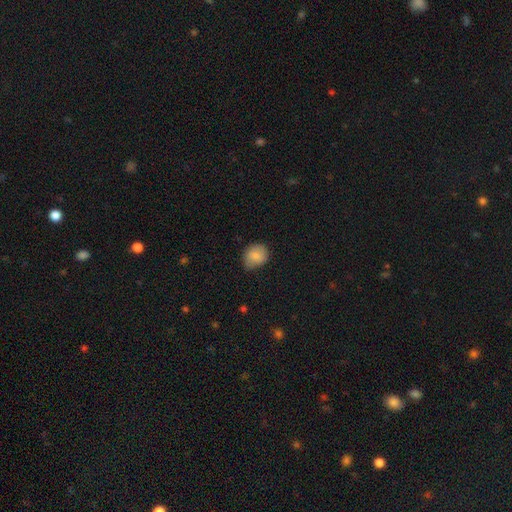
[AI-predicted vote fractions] A smooth galaxy with no disk features (83%) that is round (61%).

Vote fractions:
- Smooth or featured? smooth: 83% / featured or disk: 10% / star or artifact: 8%
- How rounded? round: 61% / in between: 38% / cigar-shaped: 1%
- Merging? none: 67% / minor disturbance: 27% / major disturbance: 5% / merger: 1%